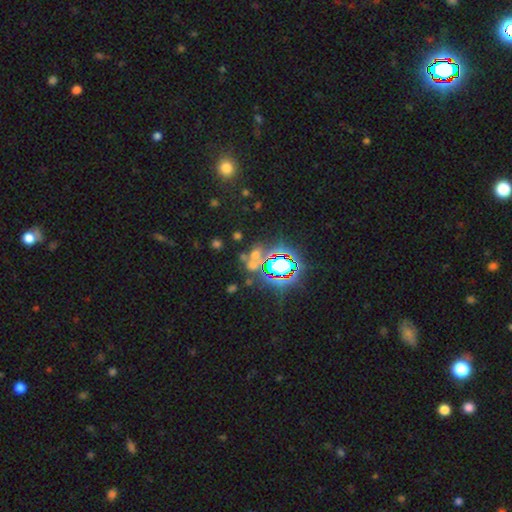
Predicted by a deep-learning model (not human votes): A star or artifact, not a galaxy (55%).

Vote fractions:
- Smooth or featured? star or artifact: 55% / smooth: 34% / featured or disk: 11%